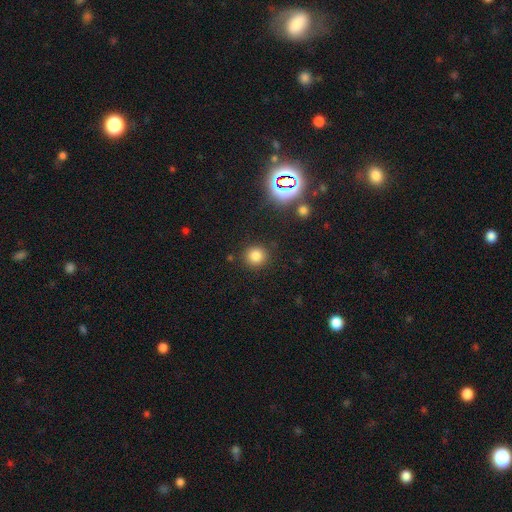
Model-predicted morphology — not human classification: The model was most divided on "smooth or featured": smooth: 80%, star or artifact: 14%, featured or disk: 5%. More confident: how rounded — round (90%); merging — none (88%).